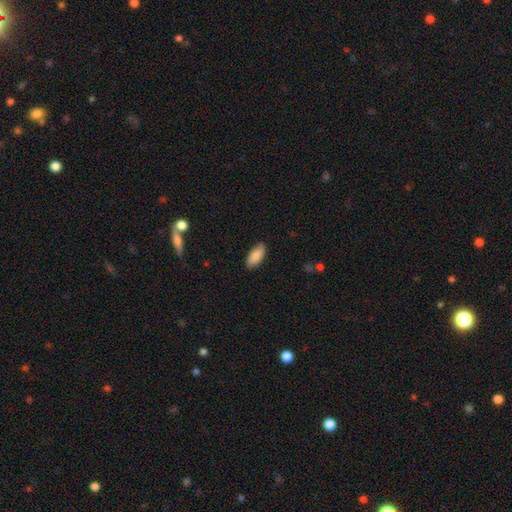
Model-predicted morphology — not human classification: Smooth or featured?
  - smooth: 88% *
  - star or artifact: 6%
  - featured or disk: 6%
How rounded?
  - in between: 87% *
  - cigar-shaped: 11%
  - round: 2%
Merging?
  - none: 86% *
  - minor disturbance: 11%
  - major disturbance: 2%
  - merger: 1%